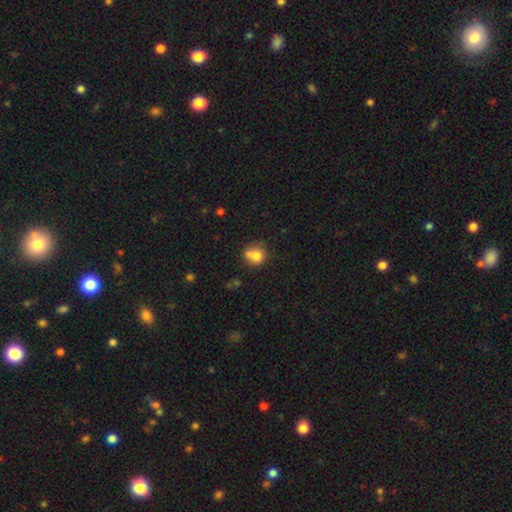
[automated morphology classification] Overall: smooth (74%). How rounded: round (79%). Merging: none (42%; merger 38%).